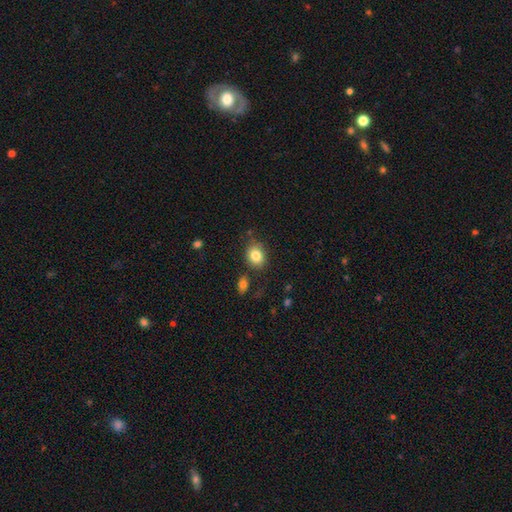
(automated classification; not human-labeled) Overall: smooth (83%). How rounded: in between (50%; round 49%). Merging: none (76%).